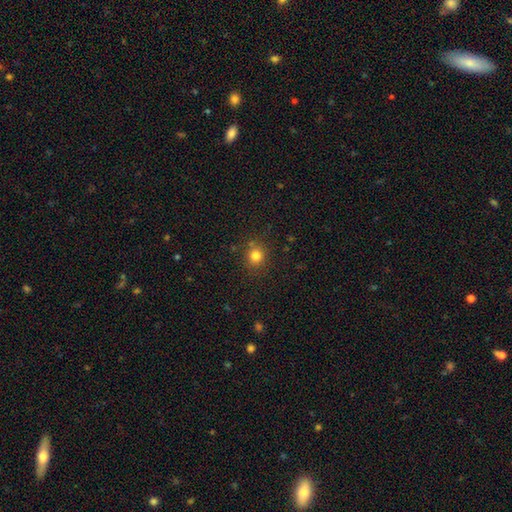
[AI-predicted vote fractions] Q: Smooth or featured?
A: smooth (80%); runner-up: star or artifact (14%)
Q: How rounded?
A: round (87%); runner-up: in between (12%)
Q: Merging?
A: none (82%); runner-up: minor disturbance (10%)